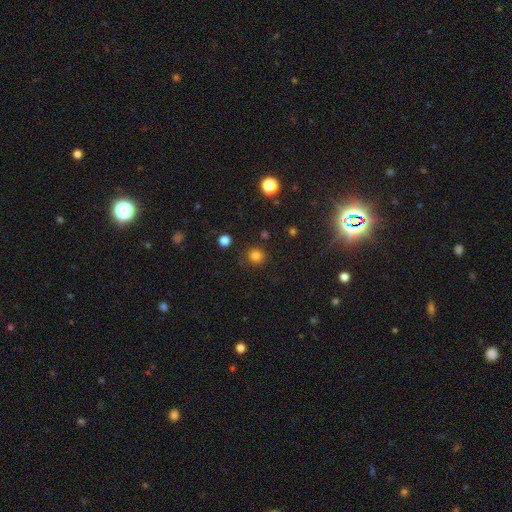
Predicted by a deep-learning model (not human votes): Smooth or featured? Predicted: smooth (p=0.80). How rounded? Predicted: round (p=0.91). Merging? Predicted: none (p=0.85).